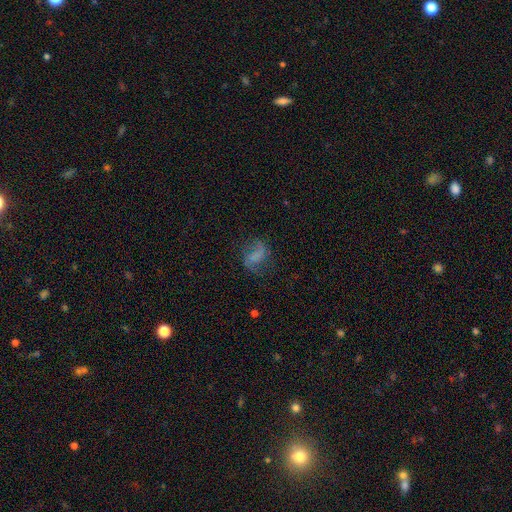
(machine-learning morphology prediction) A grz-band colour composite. It shows a featured or disk galaxy (48%). Merging: none (58%).